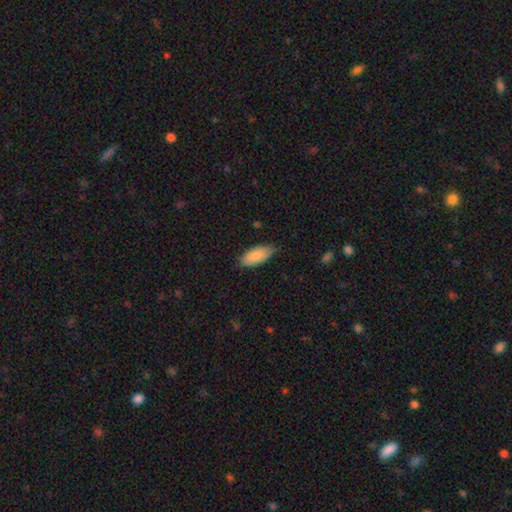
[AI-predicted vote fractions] Q: Smooth or featured?
A: smooth (86%); runner-up: featured or disk (8%)
Q: How rounded?
A: in between (89%); runner-up: cigar-shaped (10%)
Q: Merging?
A: none (72%); runner-up: minor disturbance (23%)